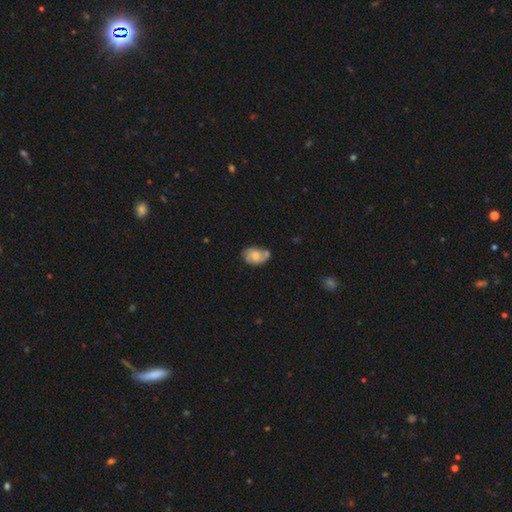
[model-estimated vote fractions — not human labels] The model was most divided on "smooth or featured" (2-way tie): featured or disk: 46%, smooth: 46%, star or artifact: 8%. Remaining: merging — none (49%).